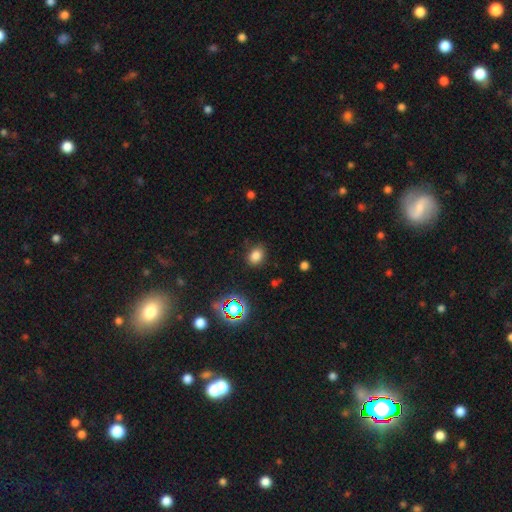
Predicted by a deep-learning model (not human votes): A smooth galaxy with no disk features (77%) that is in between round and cigar-shaped (56%).

Vote fractions:
- Smooth or featured? smooth: 77% / star or artifact: 17% / featured or disk: 6%
- How rounded? in between: 56% / round: 43% / cigar-shaped: 1%
- Merging? none: 81% / minor disturbance: 14% / major disturbance: 4% / merger: 2%